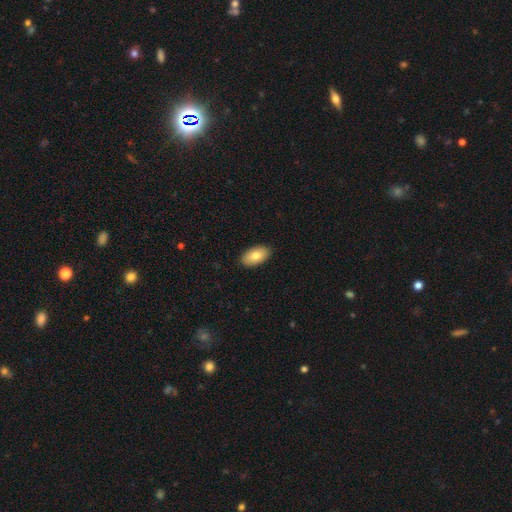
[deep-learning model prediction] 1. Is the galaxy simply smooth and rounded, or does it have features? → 80% smooth, 14% featured or disk, 6% star or artifact.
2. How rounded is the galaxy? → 95% in between, 3% round, 2% cigar-shaped.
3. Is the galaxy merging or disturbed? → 90% none, 8% minor disturbance, 2% major disturbance, 1% merger.